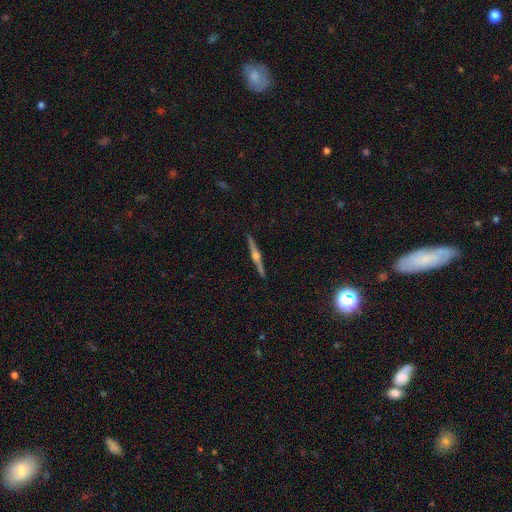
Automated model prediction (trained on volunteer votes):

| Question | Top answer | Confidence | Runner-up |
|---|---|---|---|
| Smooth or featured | featured or disk | 83% | smooth (11%) |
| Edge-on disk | yes | 99% | no (1%) |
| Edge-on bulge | rounded | 90% | boxy (7%) |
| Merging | none | 93% | minor disturbance (5%) |